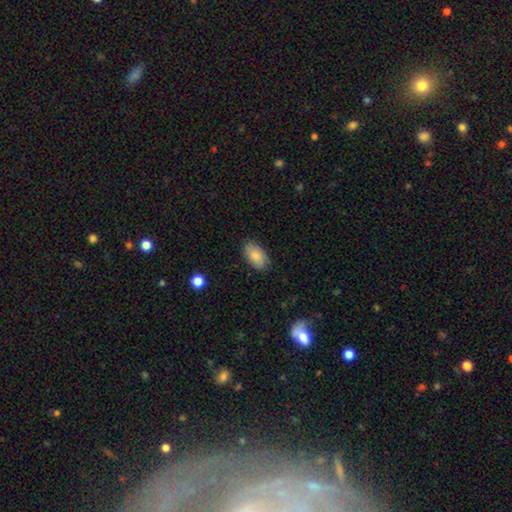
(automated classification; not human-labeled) Smooth or featured: smooth — 83% (featured or disk — 10%)
How rounded: in between — 93% (round — 5%)
Merging: none — 83% (minor disturbance — 13%)